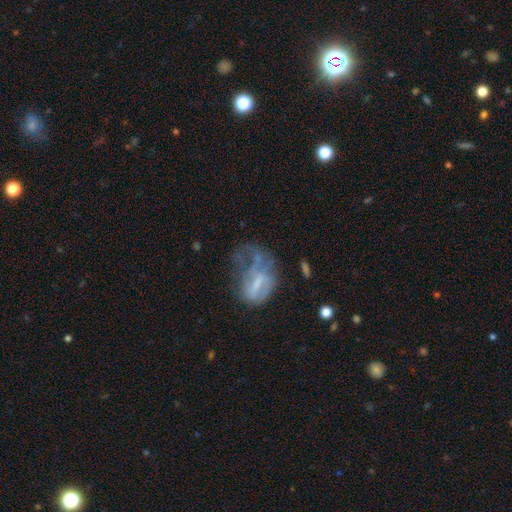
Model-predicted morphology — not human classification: This appears to be a featured or disk galaxy (47%). Merging: major disturbance (40%).